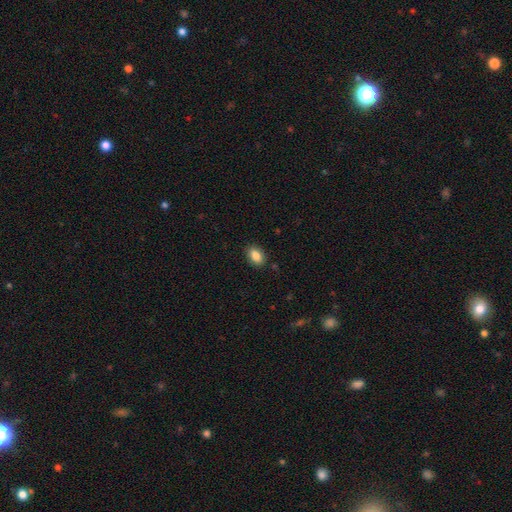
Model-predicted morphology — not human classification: Smooth or featured? smooth (87%)
How rounded? in between (85%)
Merging? none (88%)